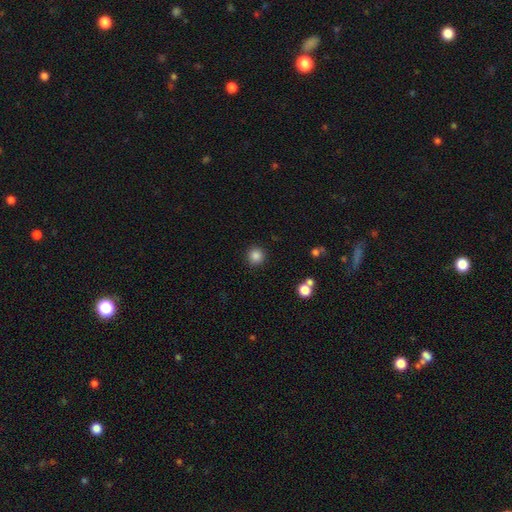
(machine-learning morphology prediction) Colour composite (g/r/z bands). It shows a smooth galaxy with no disk features (86%) that is round (95%). Merging: none (91%).